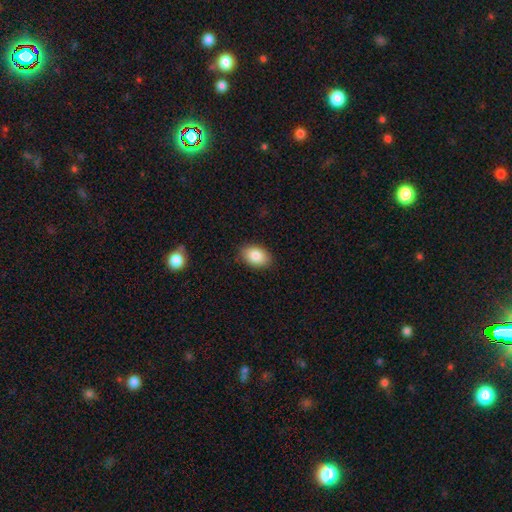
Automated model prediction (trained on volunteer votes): Smooth or featured?
  - smooth: 86% *
  - star or artifact: 7%
  - featured or disk: 7%
How rounded?
  - in between: 89% *
  - round: 10%
  - cigar-shaped: 1%
Merging?
  - none: 87% *
  - minor disturbance: 9%
  - major disturbance: 2%
  - merger: 1%